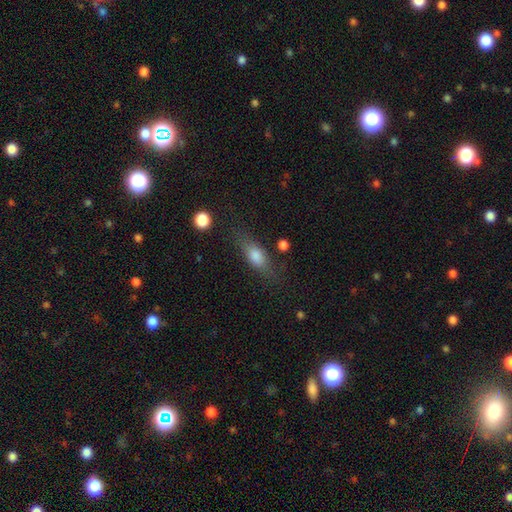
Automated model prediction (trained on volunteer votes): Smooth or featured? Predicted: smooth (p=0.70). How rounded? Predicted: in between (p=0.66). Merging? Predicted: none (p=0.67).